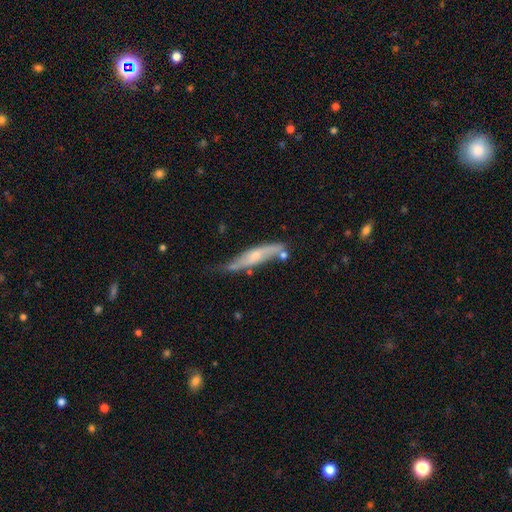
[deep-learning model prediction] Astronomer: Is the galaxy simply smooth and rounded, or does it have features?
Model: featured or disk — 57% (runner-up: smooth, 37%).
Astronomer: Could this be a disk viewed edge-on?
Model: yes — 58% (runner-up: no, 42%).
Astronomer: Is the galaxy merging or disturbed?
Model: none — 49% (runner-up: minor disturbance, 33%).